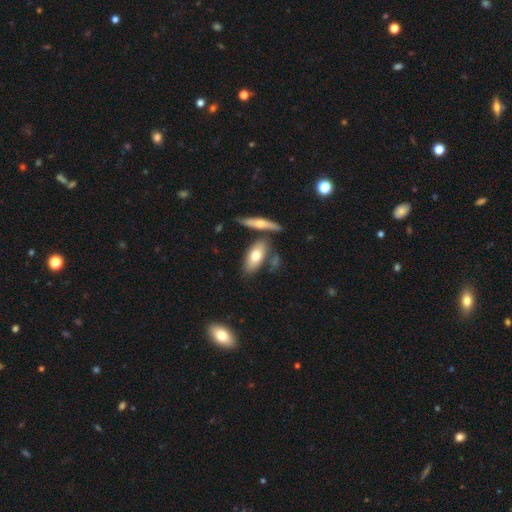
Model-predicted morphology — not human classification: A smooth galaxy with no disk features (67%) that is in between round and cigar-shaped (84%).

Vote fractions:
- Smooth or featured? smooth: 67% / featured or disk: 28% / star or artifact: 6%
- How rounded? in between: 84% / cigar-shaped: 13% / round: 3%
- Merging? none: 64% / merger: 18% / minor disturbance: 14% / major disturbance: 4%